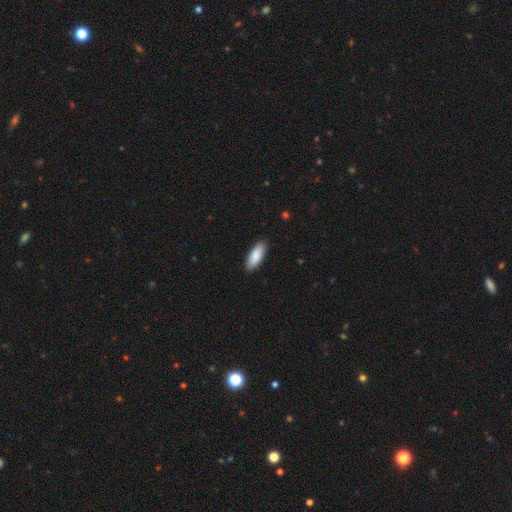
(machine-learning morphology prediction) smooth 88%, featured or disk 7%, star or artifact 5%. Down the decision tree: how rounded — in between (74%); merging — none (89%).